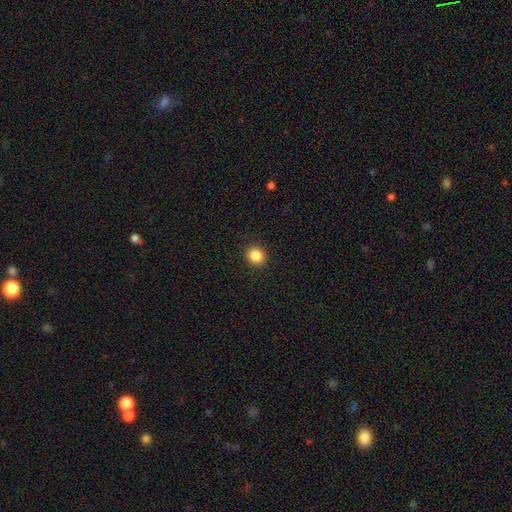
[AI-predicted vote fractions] Smooth or featured? smooth (86%)
How rounded? round (85%)
Merging? none (92%)